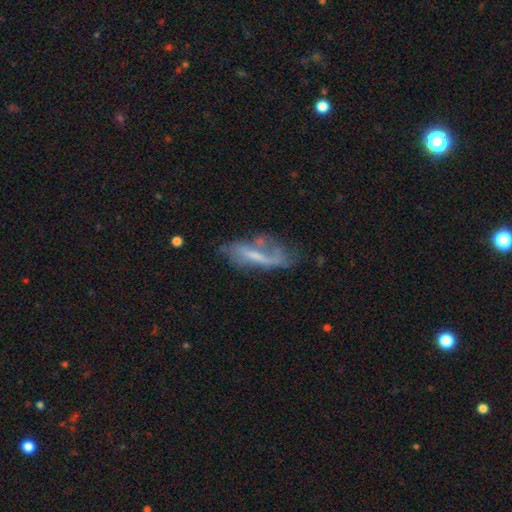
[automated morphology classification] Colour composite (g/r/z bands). It shows a featured or disk galaxy (57%). Merging: none (38%).